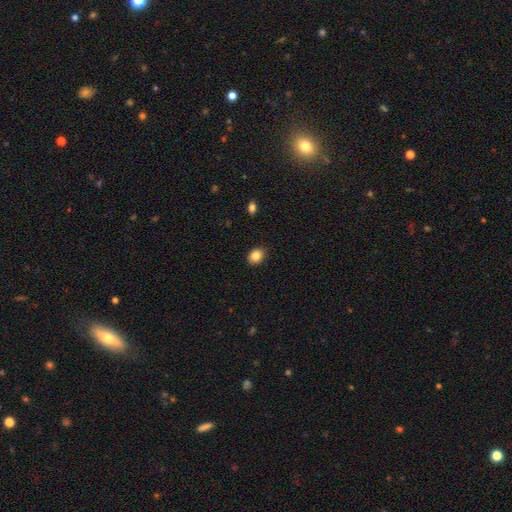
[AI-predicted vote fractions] This is clearly a smooth galaxy (84%). How rounded: possibly round (54%). Merging: clearly none (88%).